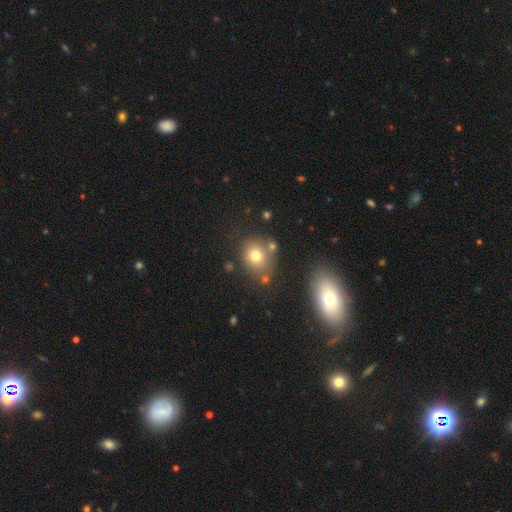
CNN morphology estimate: smooth-or-featured: smooth: 74% | star or artifact: 13% | featured or disk: 12%
  how-rounded: round: 69% | in between: 30% | cigar-shaped: 1%
  merging: none: 68% | minor disturbance: 14% | merger: 13% | major disturbance: 5%